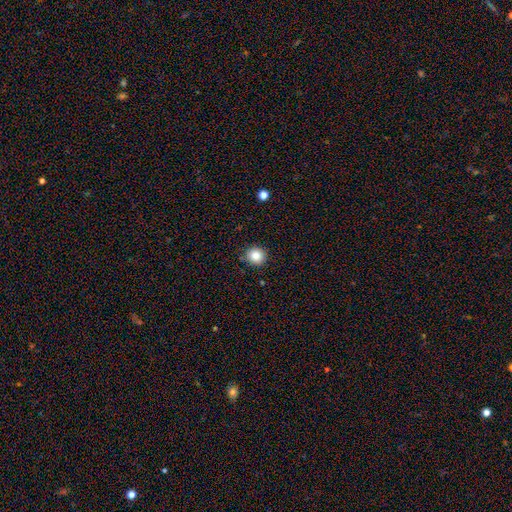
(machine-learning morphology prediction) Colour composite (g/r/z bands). It shows a smooth galaxy with no disk features (85%) that is round (91%). Merging: none (88%).